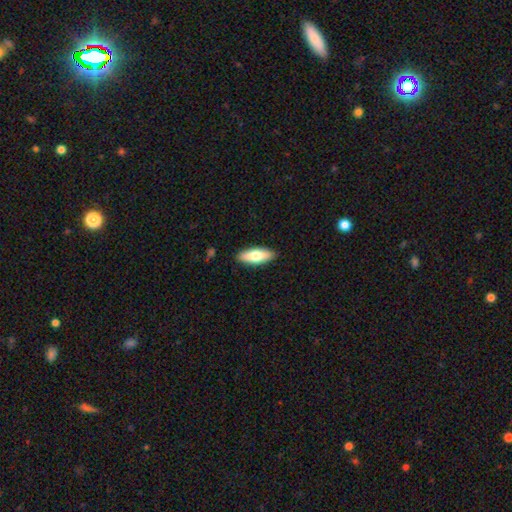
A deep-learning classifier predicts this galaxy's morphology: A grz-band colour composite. It shows a smooth galaxy with no disk features (70%) that is in between round and cigar-shaped (69%). Merging: none (89%).